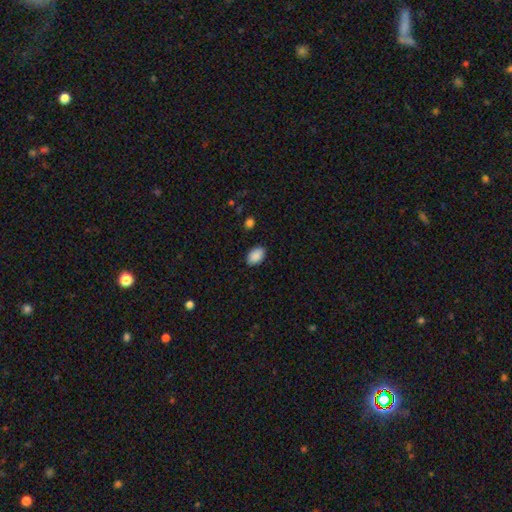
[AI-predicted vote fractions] smooth 89%, star or artifact 7%, featured or disk 4%. Down the decision tree: how rounded — in between (89%); merging — none (88%).